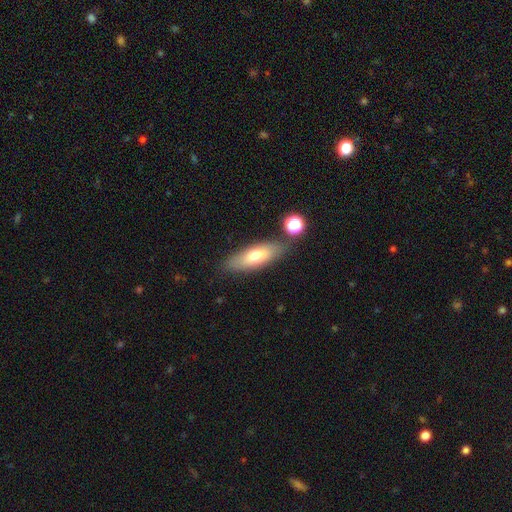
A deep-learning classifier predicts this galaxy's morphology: A smooth galaxy with no disk features (69%) that is in between round and cigar-shaped (59%).

Vote fractions:
- Smooth or featured? smooth: 69% / featured or disk: 24% / star or artifact: 7%
- How rounded? in between: 59% / cigar-shaped: 38% / round: 3%
- Merging? none: 77% / minor disturbance: 13% / merger: 7% / major disturbance: 3%